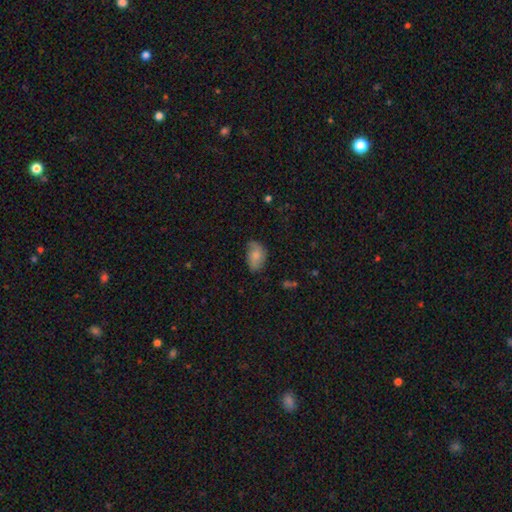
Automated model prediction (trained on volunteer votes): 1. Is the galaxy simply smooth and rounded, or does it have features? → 75% smooth, 18% featured or disk, 7% star or artifact.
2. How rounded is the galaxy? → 87% in between, 11% round, 1% cigar-shaped.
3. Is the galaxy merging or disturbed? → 60% none, 31% minor disturbance, 8% major disturbance, 1% merger.